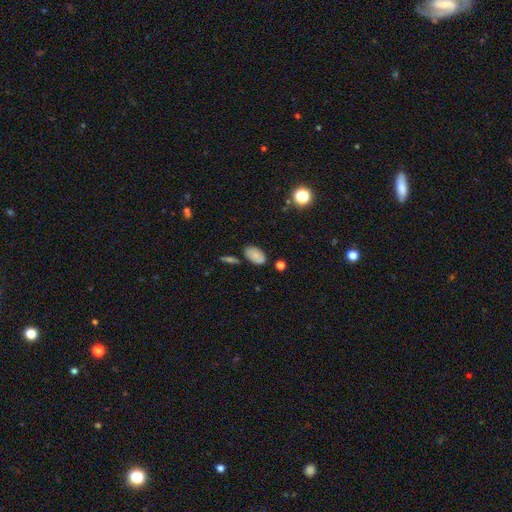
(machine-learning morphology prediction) Smooth or featured? Predicted: smooth (p=0.75). How rounded? Predicted: in between (p=0.93). Merging? Predicted: none (p=0.71).